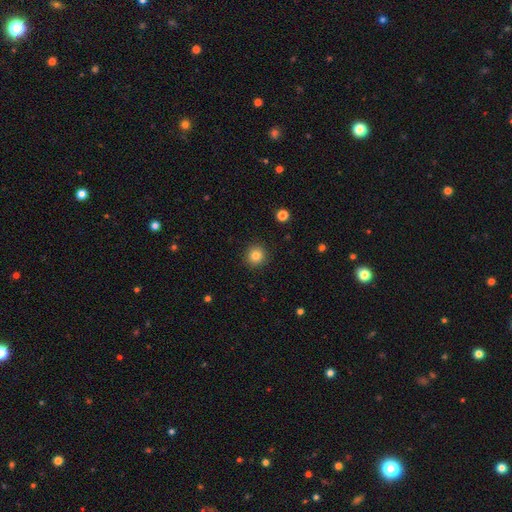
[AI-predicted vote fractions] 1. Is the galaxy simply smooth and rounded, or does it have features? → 81% smooth, 12% star or artifact, 7% featured or disk.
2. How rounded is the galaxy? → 93% round, 6% in between, 1% cigar-shaped.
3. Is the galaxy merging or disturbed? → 91% none, 6% minor disturbance, 2% major disturbance, 1% merger.